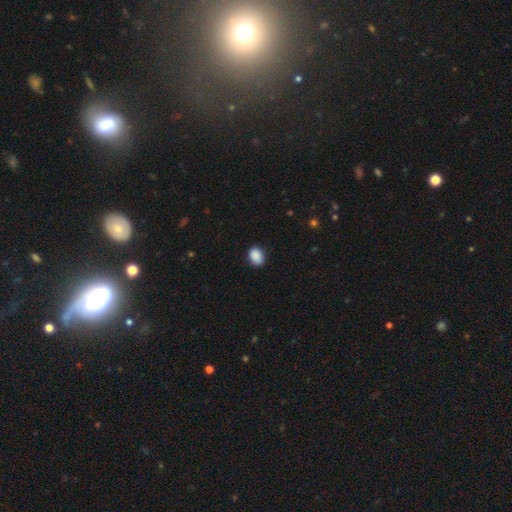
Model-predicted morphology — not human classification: type=smooth (89%); roundness=in between (68%); merging=none (83%).